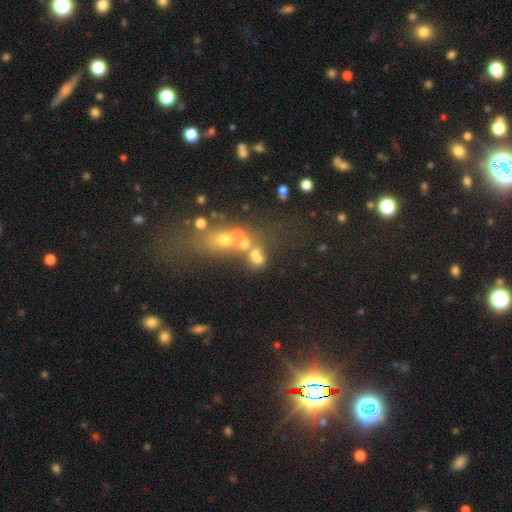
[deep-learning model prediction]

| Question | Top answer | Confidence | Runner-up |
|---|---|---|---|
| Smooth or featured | smooth | 48% | featured or disk (26%) |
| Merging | merger | 48% | none (31%) |